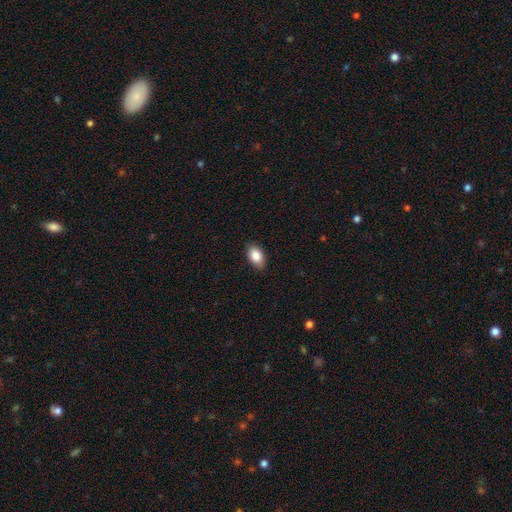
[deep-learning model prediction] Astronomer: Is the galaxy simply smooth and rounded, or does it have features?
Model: smooth — 86%.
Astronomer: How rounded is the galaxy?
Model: in between — 91%.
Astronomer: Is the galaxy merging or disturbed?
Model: none — 85%.